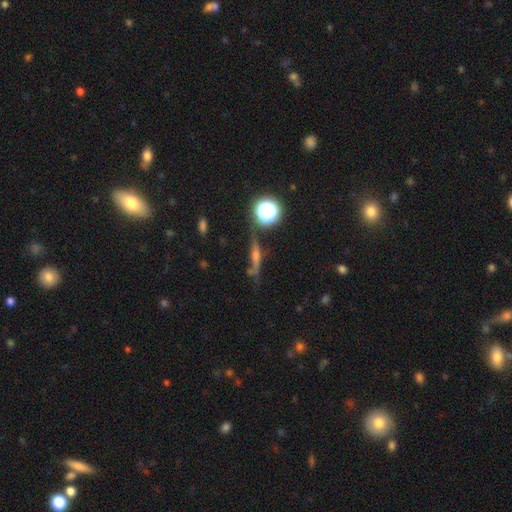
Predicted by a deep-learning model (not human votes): This is possibly a featured or disk galaxy (49%). Merging: likely none (72%).